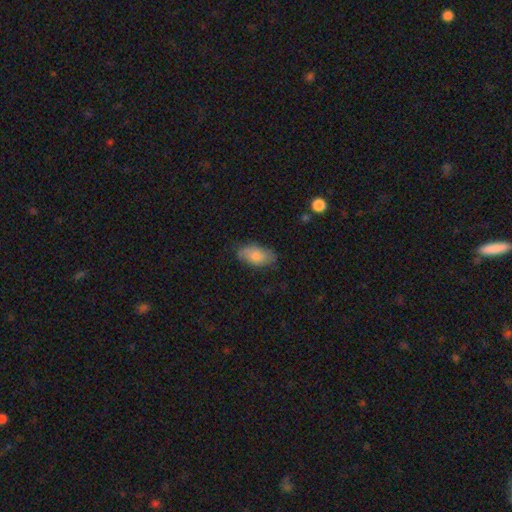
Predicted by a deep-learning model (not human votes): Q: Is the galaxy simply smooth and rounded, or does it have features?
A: smooth — 80%.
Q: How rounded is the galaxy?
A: in between — 93%.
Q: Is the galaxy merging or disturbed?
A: none — 72%.